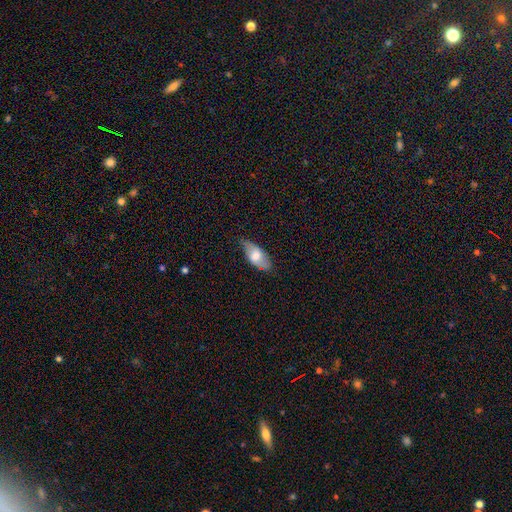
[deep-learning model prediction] smooth_or_featured: smooth (p=0.66) [alt: featured or disk p=0.27]
how_rounded: in between (p=0.88) [alt: cigar-shaped p=0.09]
merging: none (p=0.71) [alt: minor disturbance p=0.23]